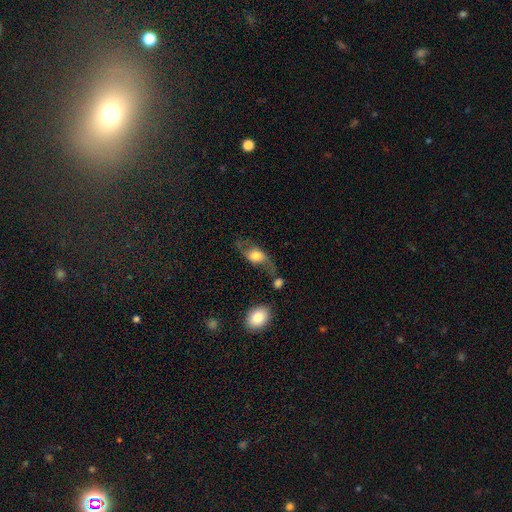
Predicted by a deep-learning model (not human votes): A featured or disk galaxy (57%). Merging: none (50%).